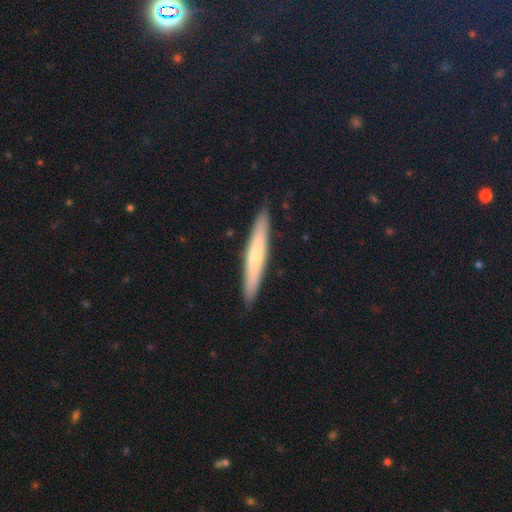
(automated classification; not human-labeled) Smooth or featured? smooth (58%)
How rounded? cigar-shaped (95%)
Merging? none (91%)